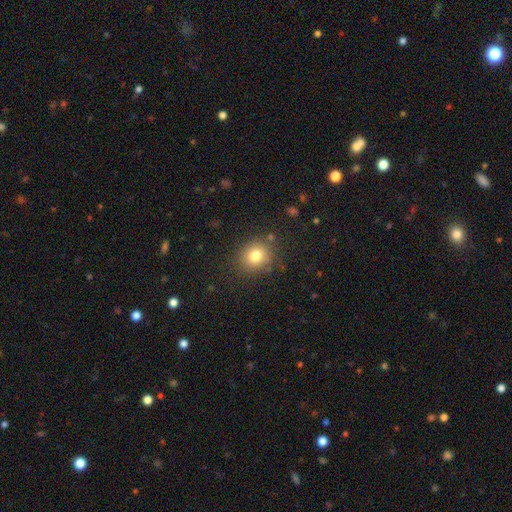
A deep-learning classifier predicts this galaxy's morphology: smooth 78%, star or artifact 12%, featured or disk 10%. Down the decision tree: how rounded — round (77%); merging — none (83%).